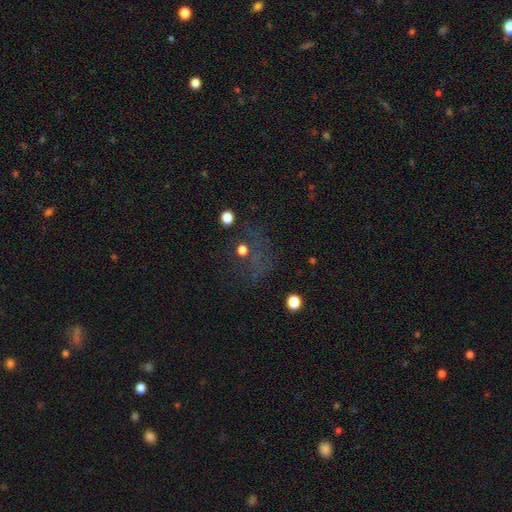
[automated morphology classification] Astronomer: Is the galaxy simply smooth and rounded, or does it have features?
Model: star or artifact — 48% (runner-up: smooth, 32%).